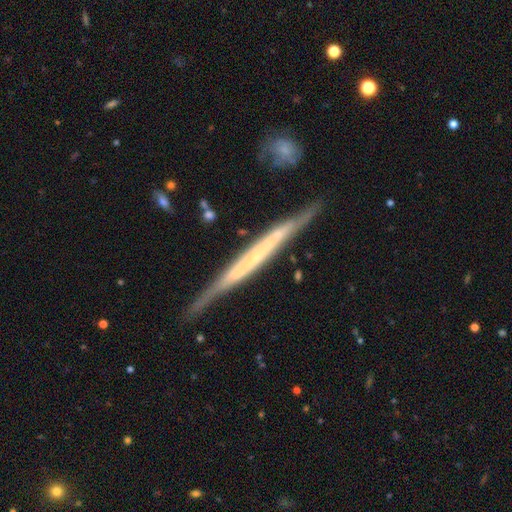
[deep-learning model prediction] smooth-or-featured: featured or disk: 71% | smooth: 24% | star or artifact: 6%
  disk-edge-on: yes: 94% | no: 6%
    edge-on-bulge: none: 77% | boxy: 12% | rounded: 10%
  merging: none: 78% | minor disturbance: 17% | major disturbance: 3% | merger: 2%